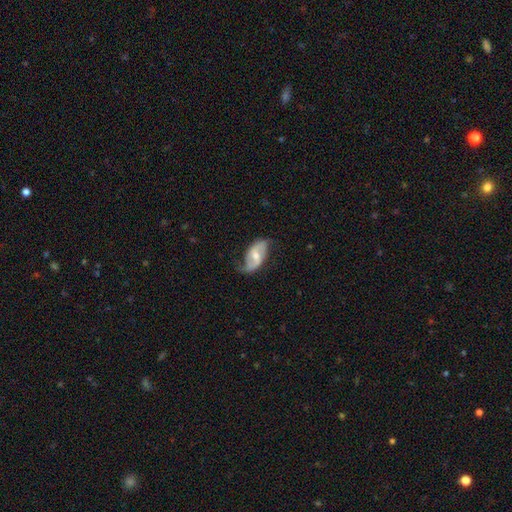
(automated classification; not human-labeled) Smooth or featured? Predicted: featured or disk (p=0.74). Edge-on disk? Predicted: no (p=0.95). Bar? Predicted: weak (p=0.49). Spiral arms? Predicted: yes (p=0.89). Spiral winding? Predicted: loose (p=0.60). Spiral arm count? Predicted: 2 (p=0.85). Bulge size? Predicted: moderate (p=0.59). Merging? Predicted: none (p=0.64).